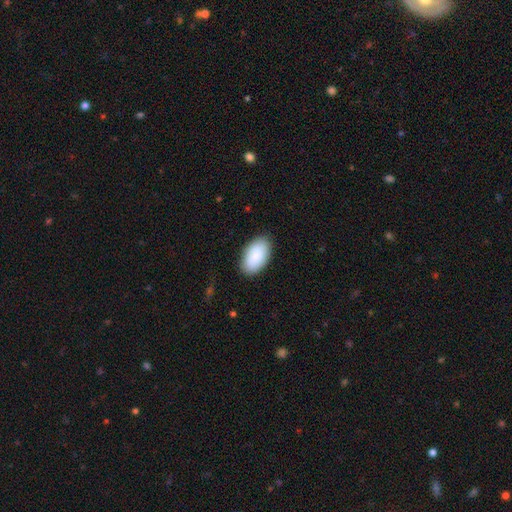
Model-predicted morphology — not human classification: The model was most divided on "merging": none: 86%, minor disturbance: 11%, major disturbance: 2%, merger: 1%. More confident: how rounded — in between (95%); smooth or featured — smooth (86%).